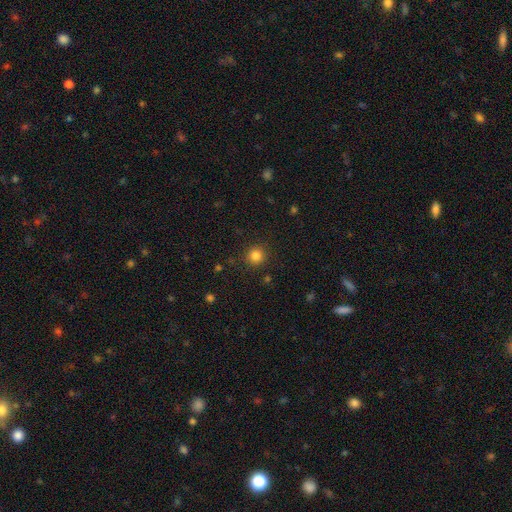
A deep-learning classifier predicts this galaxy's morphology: This is clearly a smooth galaxy (83%). How rounded: clearly round (93%). Merging: clearly none (90%).